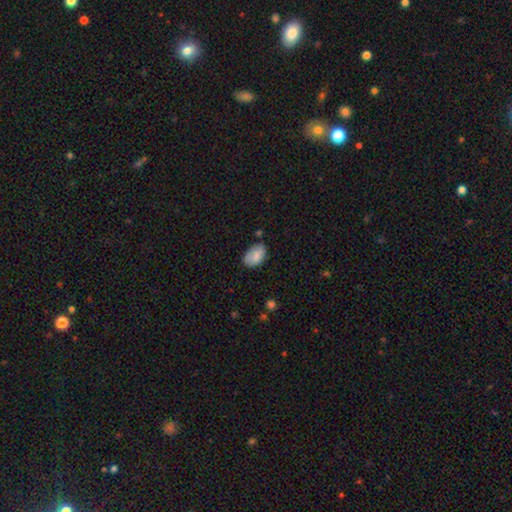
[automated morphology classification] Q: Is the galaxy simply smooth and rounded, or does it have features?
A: smooth — 84%.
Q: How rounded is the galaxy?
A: in between — 92%.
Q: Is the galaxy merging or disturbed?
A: none — 66%.